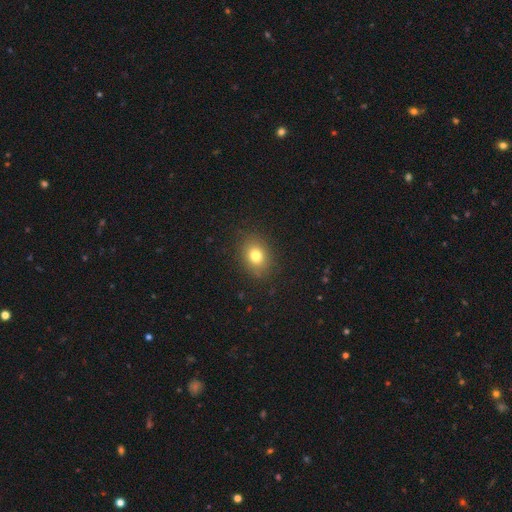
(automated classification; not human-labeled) A smooth galaxy with no disk features (78%) that is in between round and cigar-shaped (53%). Merging: none (86%).